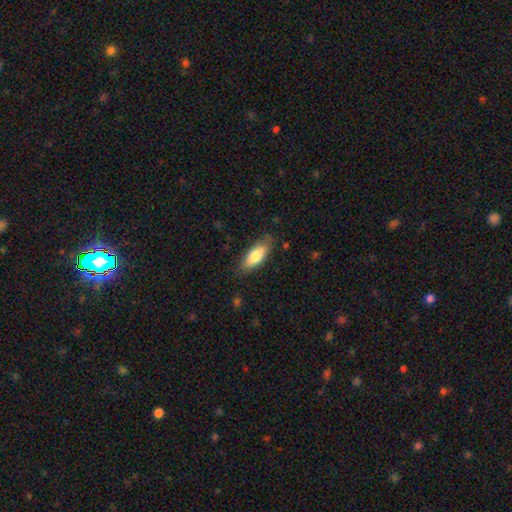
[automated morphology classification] This is likely a smooth galaxy (78%). How rounded: likely in between (72%). Merging: likely none (79%).